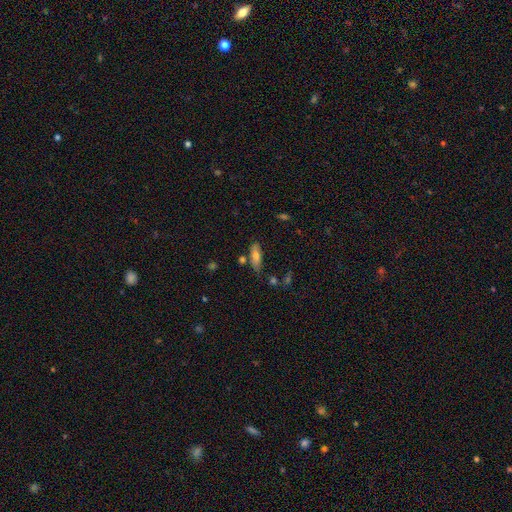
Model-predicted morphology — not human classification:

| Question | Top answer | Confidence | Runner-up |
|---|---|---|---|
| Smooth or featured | smooth | 69% | featured or disk (23%) |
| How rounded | in between | 61% | cigar-shaped (36%) |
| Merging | none | 71% | minor disturbance (18%) |